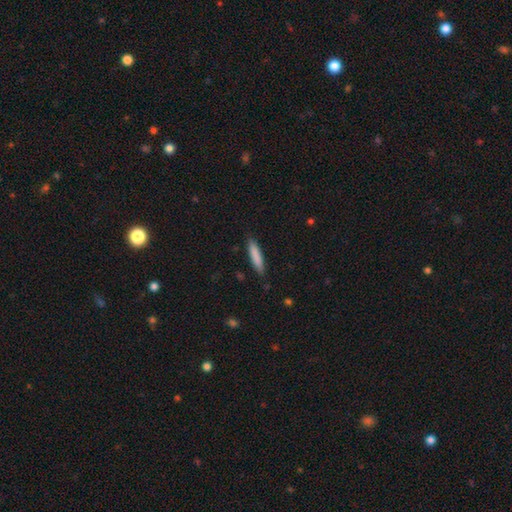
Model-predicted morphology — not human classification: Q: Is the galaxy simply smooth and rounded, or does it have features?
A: smooth — 83%.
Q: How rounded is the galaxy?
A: cigar-shaped — 87%.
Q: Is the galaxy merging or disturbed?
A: none — 87%.